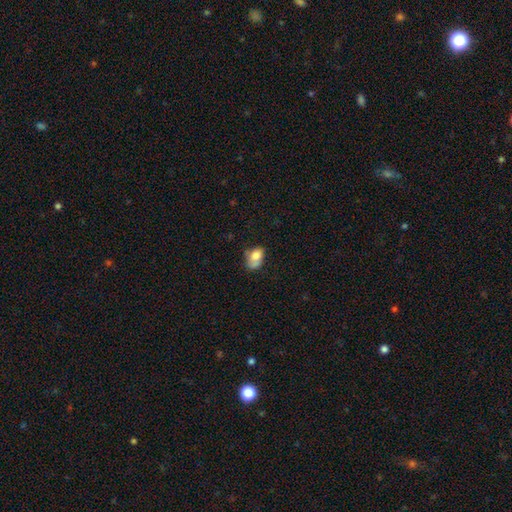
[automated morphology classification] A smooth galaxy with no disk features (74%) that is in between round and cigar-shaped (81%).

Vote fractions:
- Smooth or featured? smooth: 74% / featured or disk: 18% / star or artifact: 9%
- How rounded? in between: 81% / round: 18% / cigar-shaped: 1%
- Merging? none: 37% / minor disturbance: 35% / major disturbance: 18% / merger: 10%